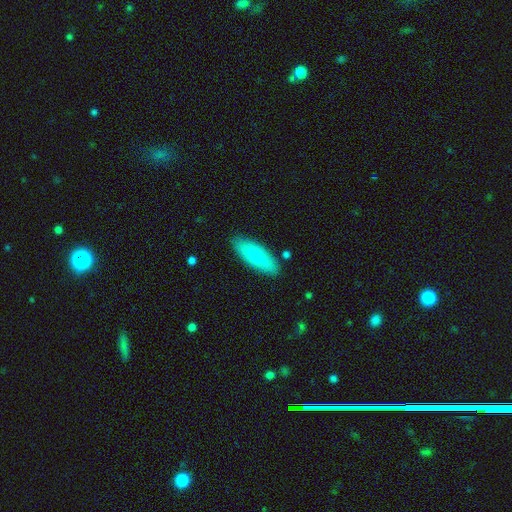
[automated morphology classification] Q: Smooth or featured?
A: smooth (68%); runner-up: featured or disk (26%)
Q: How rounded?
A: in between (65%); runner-up: cigar-shaped (33%)
Q: Merging?
A: none (86%); runner-up: minor disturbance (10%)